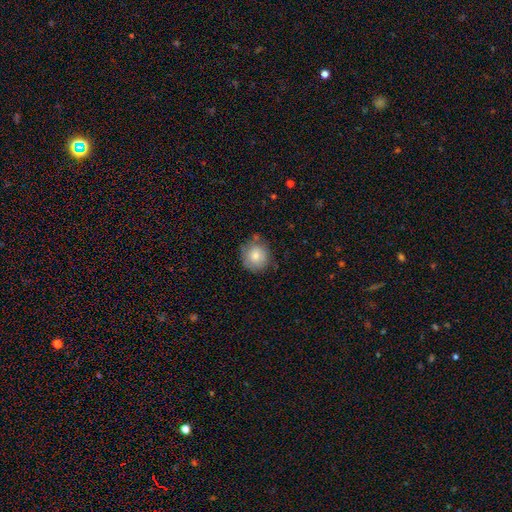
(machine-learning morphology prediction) Q: Smooth or featured?
A: smooth (78%); runner-up: featured or disk (14%)
Q: How rounded?
A: round (88%); runner-up: in between (11%)
Q: Merging?
A: none (72%); runner-up: minor disturbance (20%)